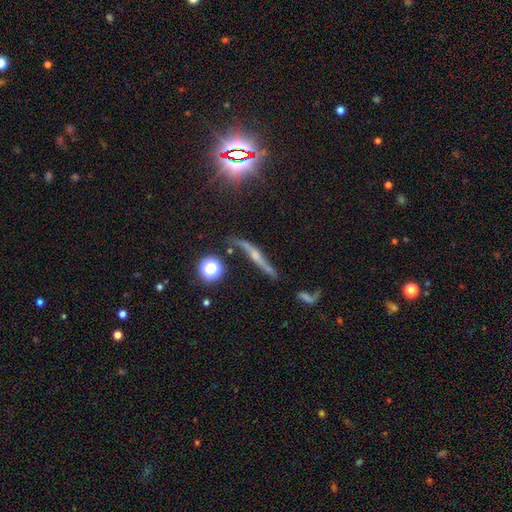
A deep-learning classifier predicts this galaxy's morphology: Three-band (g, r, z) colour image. It shows a featured or disk galaxy (69%) viewed edge-on (69%). Merging: none (63%).